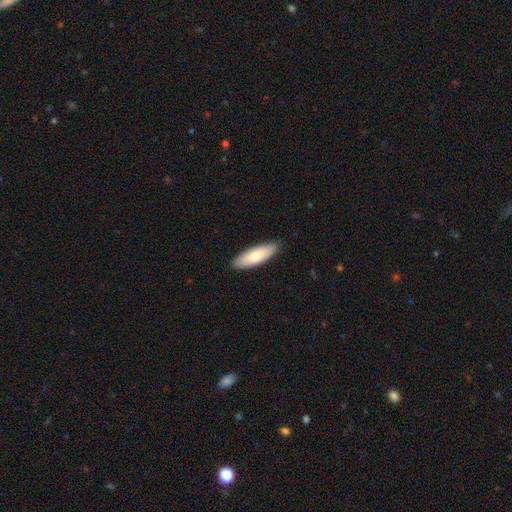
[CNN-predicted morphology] Smooth or featured?
  - smooth: 76% *
  - featured or disk: 19%
  - star or artifact: 5%
How rounded?
  - in between: 55% *
  - cigar-shaped: 44%
  - round: 2%
Merging?
  - none: 90% *
  - minor disturbance: 8%
  - major disturbance: 1%
  - merger: 1%